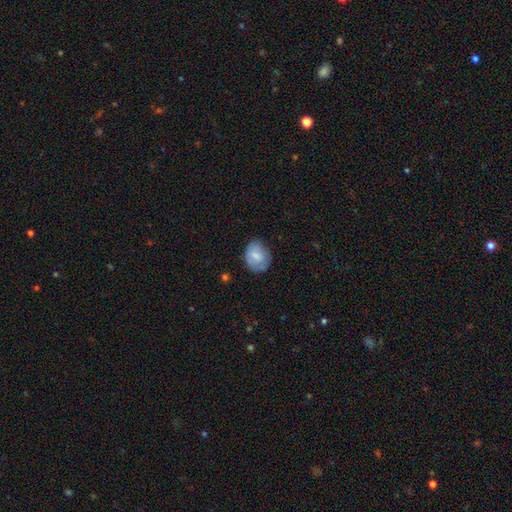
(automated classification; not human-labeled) Smooth or featured? Predicted: smooth (p=0.75). How rounded? Predicted: in between (p=0.51). Merging? Predicted: none (p=0.68).